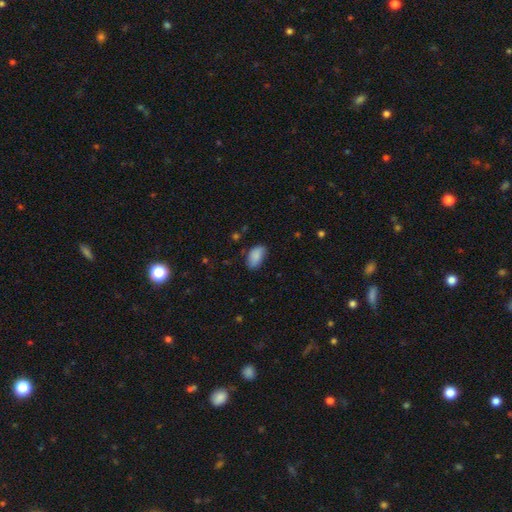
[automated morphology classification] The model was most divided on "merging": none: 72%, minor disturbance: 23%, major disturbance: 4%, merger: 2%. More confident: how rounded — in between (93%); smooth or featured — smooth (86%).